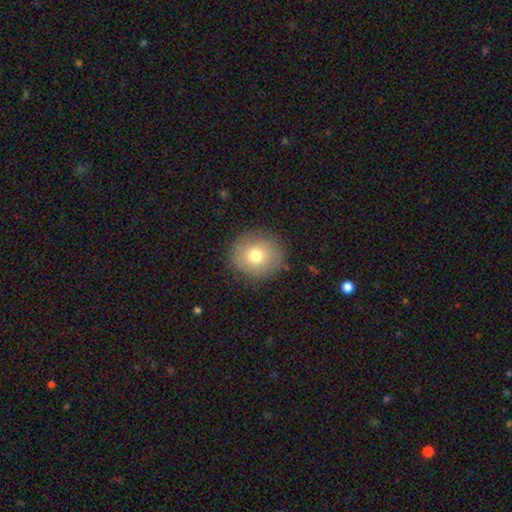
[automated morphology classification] A smooth galaxy with no disk features (74%) that is round (89%). Merging: none (86%).